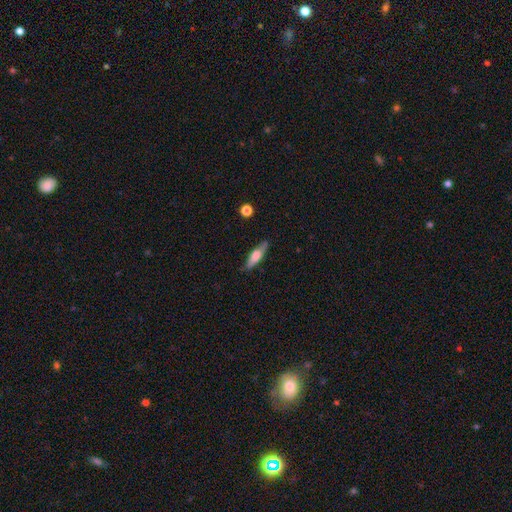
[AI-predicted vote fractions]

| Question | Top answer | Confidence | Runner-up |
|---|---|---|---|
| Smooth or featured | smooth | 54% | featured or disk (40%) |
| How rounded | cigar-shaped | 66% | in between (32%) |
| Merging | none | 81% | minor disturbance (15%) |